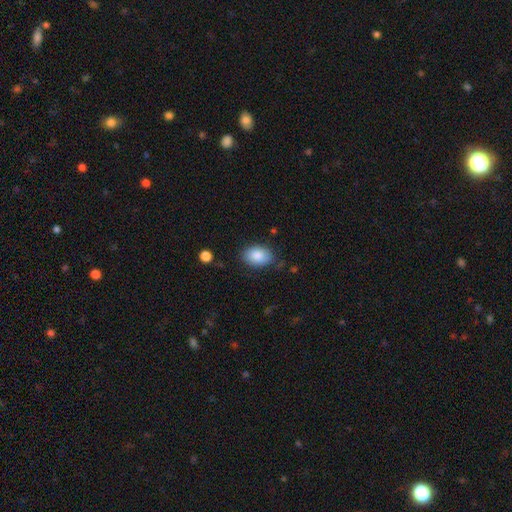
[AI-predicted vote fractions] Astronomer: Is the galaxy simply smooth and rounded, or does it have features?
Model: smooth — 86%.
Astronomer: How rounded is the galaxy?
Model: in between — 84%.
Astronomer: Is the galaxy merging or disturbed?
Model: none — 79%.